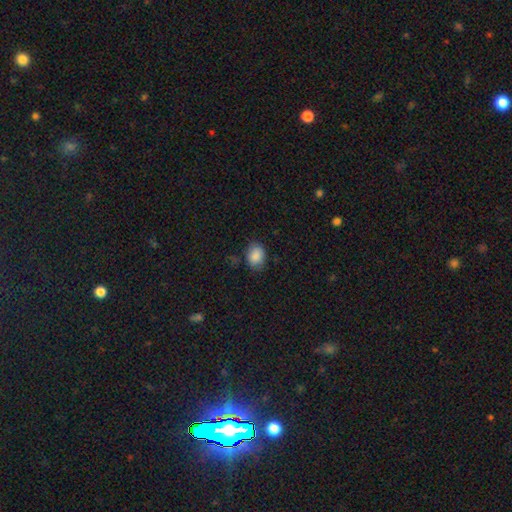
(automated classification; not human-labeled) Morphology: type=smooth (87%); roundness=in between (67%); merging=none (77%).